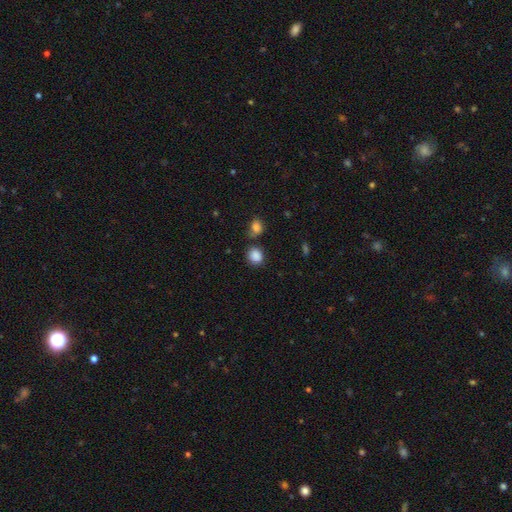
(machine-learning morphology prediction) smooth_or_featured: smooth (p=0.86) [alt: star or artifact p=0.10]
how_rounded: round (p=0.70) [alt: in between p=0.29]
merging: none (p=0.71) [alt: minor disturbance p=0.14]